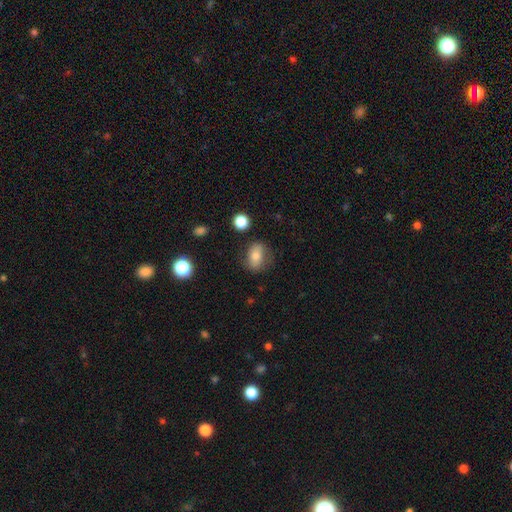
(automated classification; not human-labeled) Smooth or featured: smooth — 71% (featured or disk — 19%)
How rounded: in between — 67% (round — 30%)
Merging: none — 70% (minor disturbance — 20%)